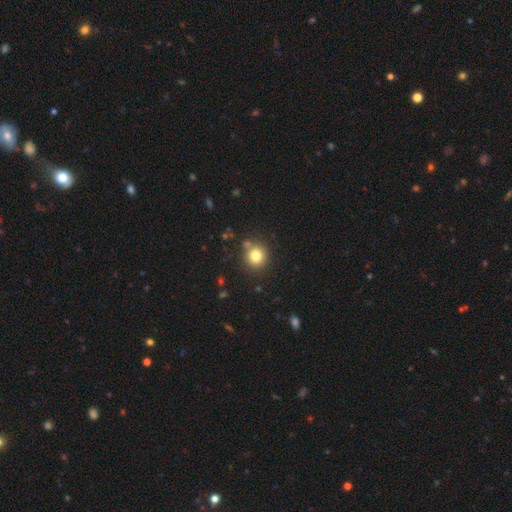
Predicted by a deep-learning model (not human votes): Smooth or featured: smooth — 79% (star or artifact — 13%)
How rounded: round — 90% (in between — 9%)
Merging: none — 80% (minor disturbance — 10%)